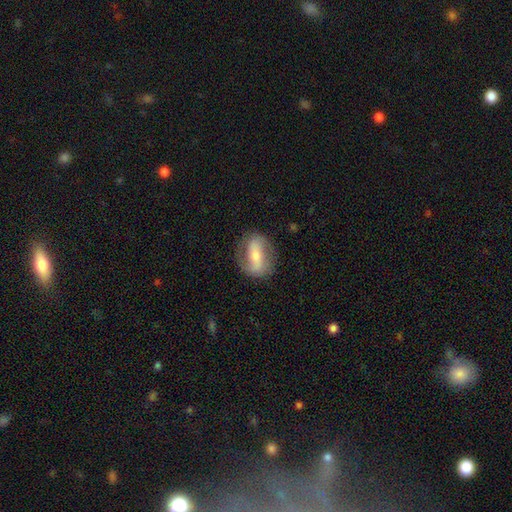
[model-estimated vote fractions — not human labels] The model was most divided on "bulge size" (2-way tie): small: 46%, moderate: 46%, large: 4%, none: 2%, dominant: 1%. Remaining: edge-on disk — no (93%); spiral arm count — 2 (83%); spiral arms — yes (81%); merging — none (77%); smooth or featured — featured or disk (68%); bar — strong (51%); spiral winding — medium (39%).